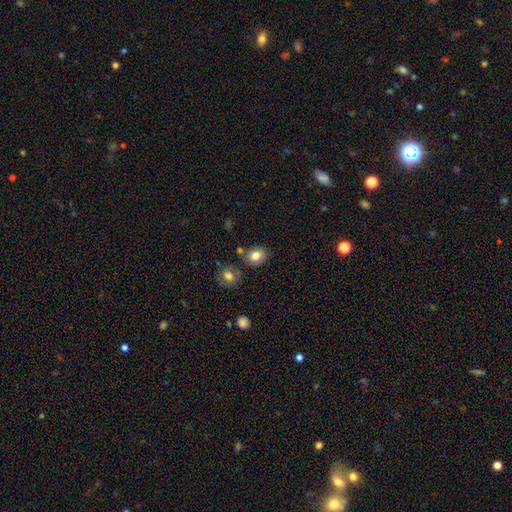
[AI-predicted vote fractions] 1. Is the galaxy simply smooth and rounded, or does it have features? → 81% smooth, 10% featured or disk, 9% star or artifact.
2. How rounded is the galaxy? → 58% in between, 41% round, 1% cigar-shaped.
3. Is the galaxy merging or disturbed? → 76% none, 12% minor disturbance, 9% merger, 3% major disturbance.